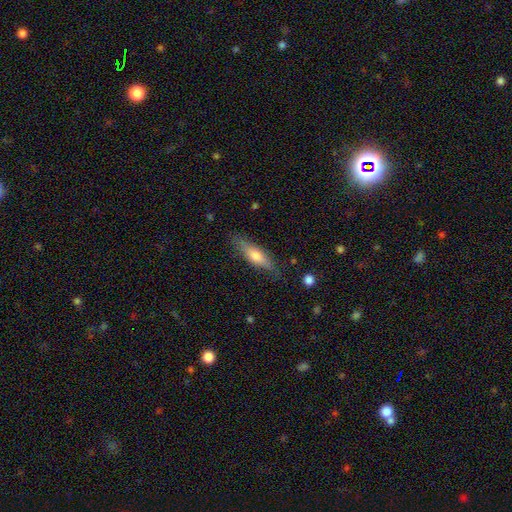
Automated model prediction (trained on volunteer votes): Morphology: type=smooth (54%); roundness=cigar-shaped (63%); merging=none (82%).